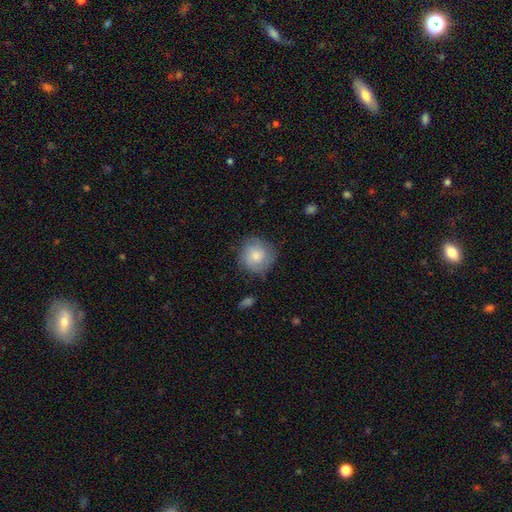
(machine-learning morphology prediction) A smooth galaxy with no disk features (69%) that is round (90%). Merging: none (74%).